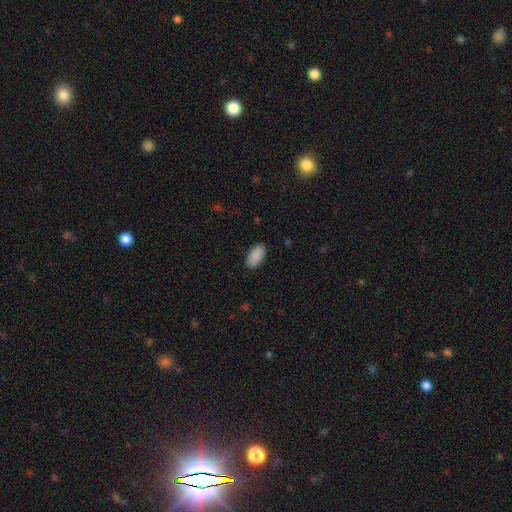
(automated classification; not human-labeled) This is clearly a smooth galaxy (91%). How rounded: clearly in between (95%). Merging: clearly none (89%).